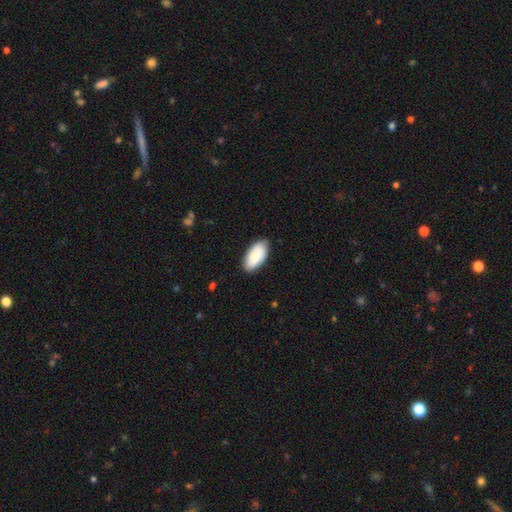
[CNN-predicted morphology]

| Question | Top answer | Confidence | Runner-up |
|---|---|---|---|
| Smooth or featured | smooth | 85% | featured or disk (10%) |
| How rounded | in between | 94% | cigar-shaped (4%) |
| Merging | none | 83% | minor disturbance (14%) |